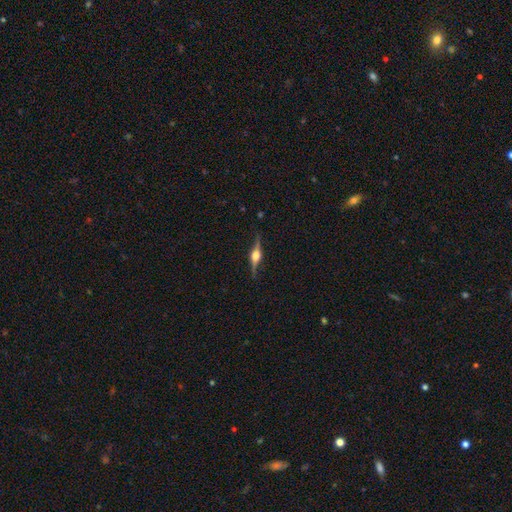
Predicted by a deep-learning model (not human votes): A featured or disk galaxy (82%) viewed edge-on (97%) with a rounded central bulge (94%). Merging: none (84%).